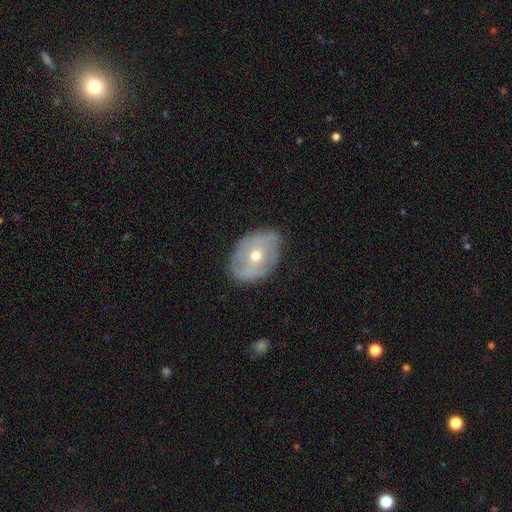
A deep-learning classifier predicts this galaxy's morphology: A featured or disk galaxy (69%) with no bar (59%), spiral arms (69%) and a moderate central bulge (63%).

Vote fractions:
- Smooth or featured? featured or disk: 69% / smooth: 24% / star or artifact: 7%
- Edge-on disk? no: 94% / yes: 6%
- Bar? no: 59% / weak: 28% / strong: 13%
- Spiral arms? yes: 69% / no: 31%
- Bulge size? moderate: 63% / small: 34% / large: 2% / dominant: 1% / none: 1%
- Merging? none: 76% / minor disturbance: 18% / major disturbance: 5% / merger: 1%